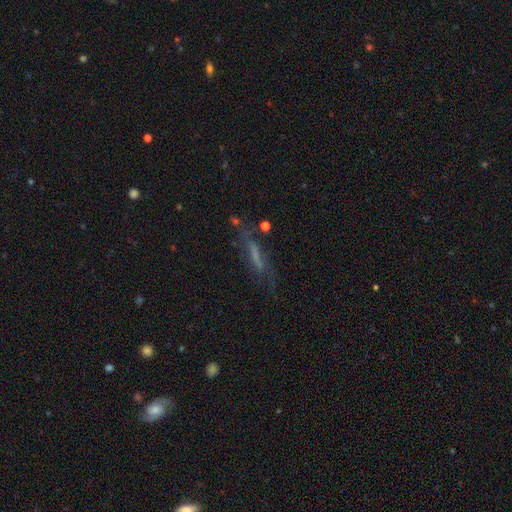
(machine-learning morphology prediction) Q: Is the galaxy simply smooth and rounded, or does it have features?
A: featured or disk — 45%.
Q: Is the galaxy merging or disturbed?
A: none — 55%.